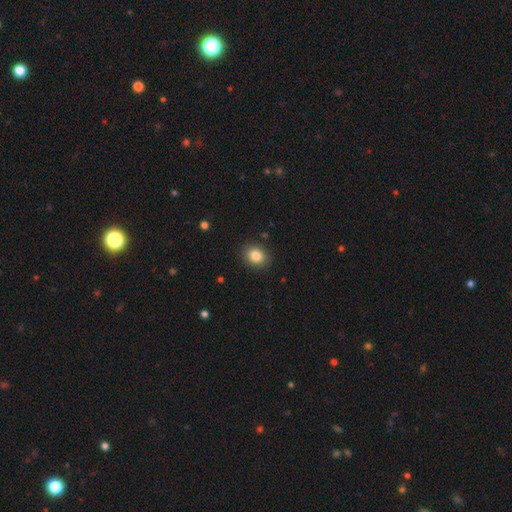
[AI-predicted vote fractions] This is clearly a smooth galaxy (85%). How rounded: possibly round (54%). Merging: clearly none (88%).